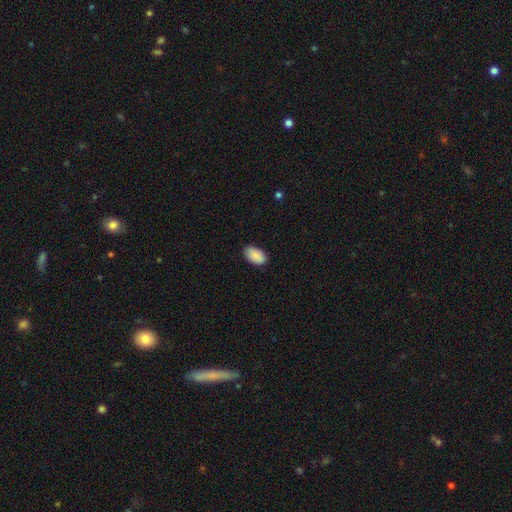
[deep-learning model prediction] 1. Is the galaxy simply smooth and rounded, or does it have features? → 90% smooth, 6% star or artifact, 4% featured or disk.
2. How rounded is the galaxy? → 94% in between, 4% round, 1% cigar-shaped.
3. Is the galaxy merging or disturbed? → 87% none, 10% minor disturbance, 2% major disturbance, 1% merger.